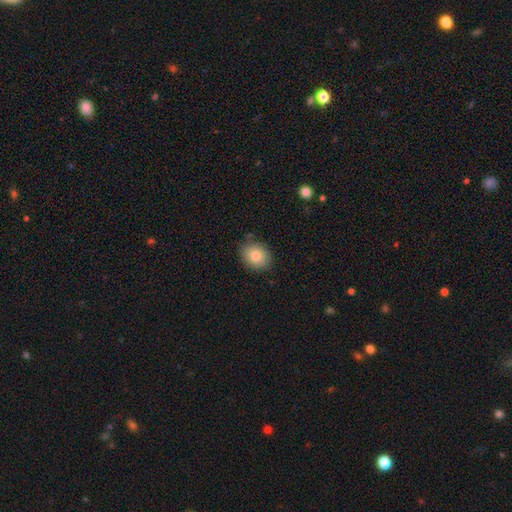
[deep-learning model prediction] Smooth or featured? smooth (82%)
How rounded? in between (51%)
Merging? none (84%)